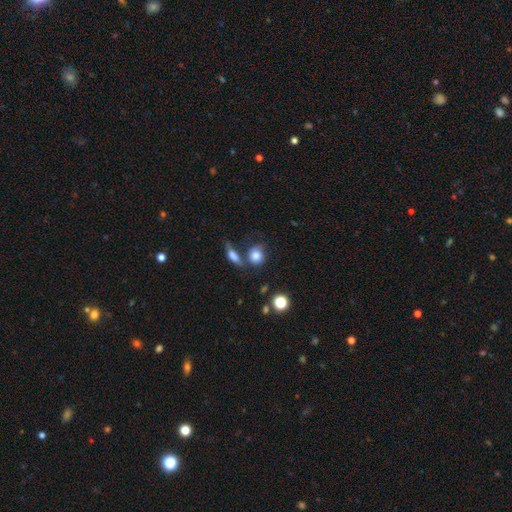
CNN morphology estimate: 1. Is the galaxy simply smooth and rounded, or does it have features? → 81% smooth, 10% featured or disk, 9% star or artifact.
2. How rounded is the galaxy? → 67% round, 30% in between, 2% cigar-shaped.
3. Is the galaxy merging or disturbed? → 53% none, 23% merger, 16% minor disturbance, 8% major disturbance.